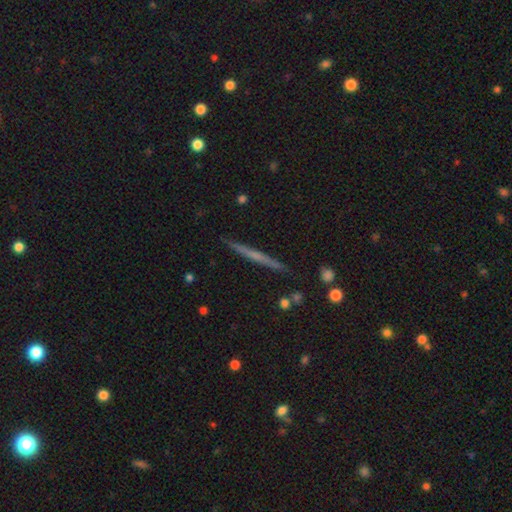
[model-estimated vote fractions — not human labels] smooth_or_featured: featured or disk (p=0.62) [alt: smooth p=0.31]
disk_edge_on: yes (p=0.98) [alt: no p=0.02]
edge_on_bulge: none (p=0.70) [alt: rounded p=0.24]
merging: none (p=0.91) [alt: minor disturbance p=0.06]